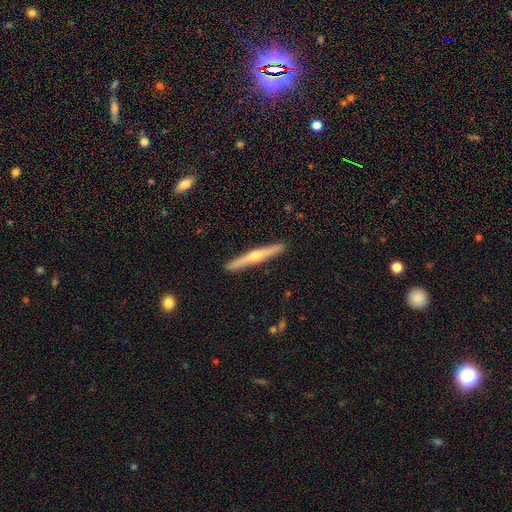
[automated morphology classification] The model was most divided on "smooth or featured": featured or disk: 67%, smooth: 26%, star or artifact: 7%. More confident: edge-on disk — yes (97%); merging — none (90%); edge-on bulge — rounded (87%).